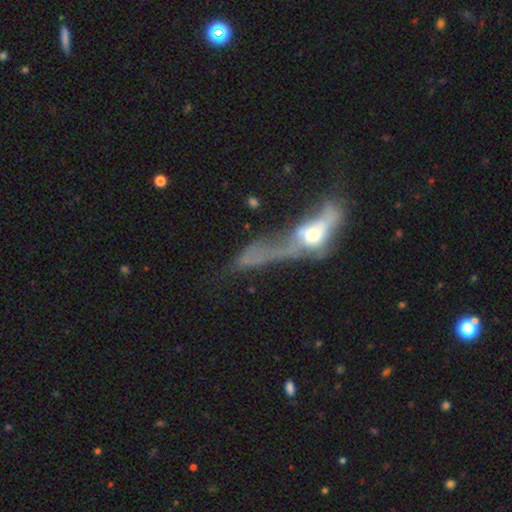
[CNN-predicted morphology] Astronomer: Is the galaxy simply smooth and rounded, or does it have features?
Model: featured or disk — 50% (runner-up: smooth, 37%).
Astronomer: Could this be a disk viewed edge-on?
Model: no — 70%.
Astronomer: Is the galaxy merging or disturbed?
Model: major disturbance — 43% (runner-up: merger, 38%).